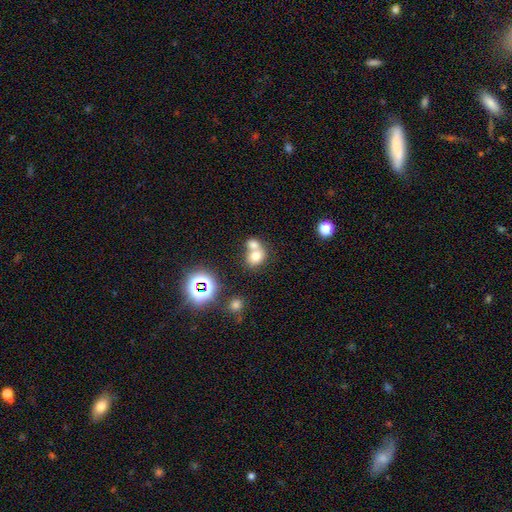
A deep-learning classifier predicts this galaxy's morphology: Smooth or featured? Predicted: smooth (p=0.71). How rounded? Predicted: round (p=0.60). Merging? Predicted: merger (p=0.61).